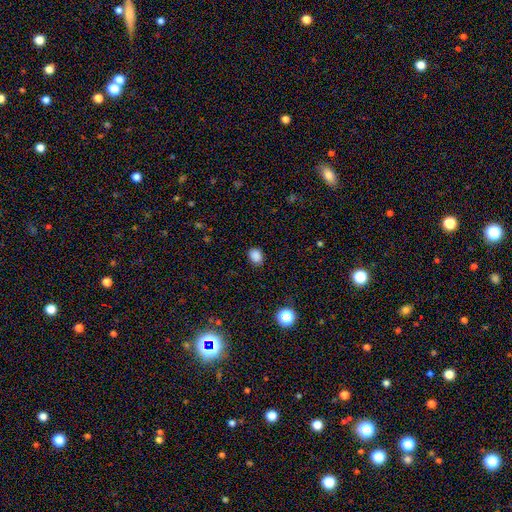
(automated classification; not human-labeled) This is clearly a smooth galaxy (86%). How rounded: possibly in between (53%). Merging: clearly none (86%).